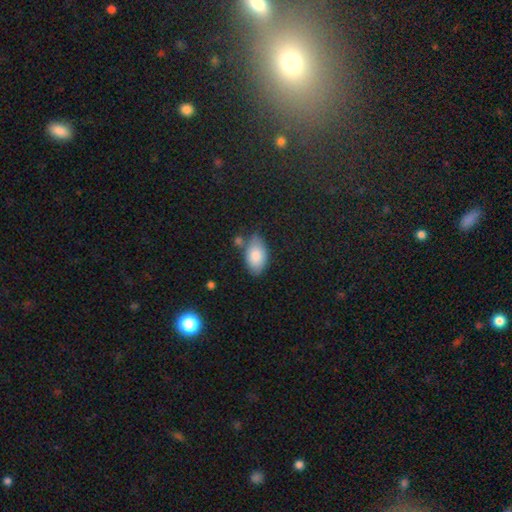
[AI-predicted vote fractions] smooth 83%, featured or disk 10%, star or artifact 7%. Down the decision tree: how rounded — in between (93%); merging — none (65%).